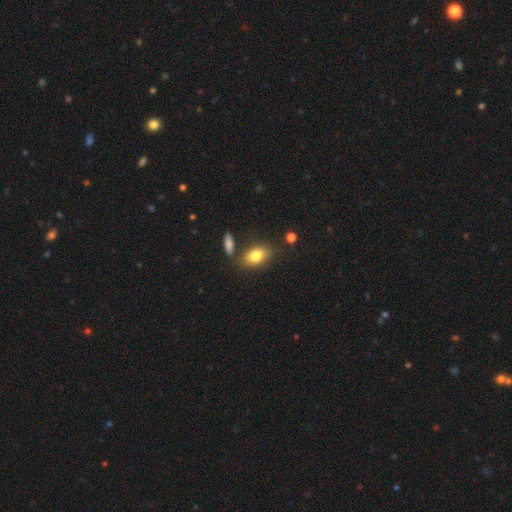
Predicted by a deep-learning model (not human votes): Overall: smooth (79%). How rounded: in between (86%). Merging: none (73%).